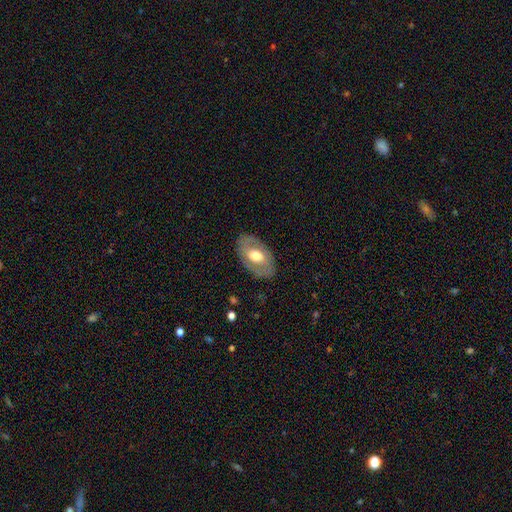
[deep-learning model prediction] Smooth or featured?
  - featured or disk: 50% *
  - smooth: 44%
  - star or artifact: 6%
Edge-on disk?
  - no: 90% *
  - yes: 10%
Merging?
  - none: 82% *
  - minor disturbance: 12%
  - major disturbance: 5%
  - merger: 1%